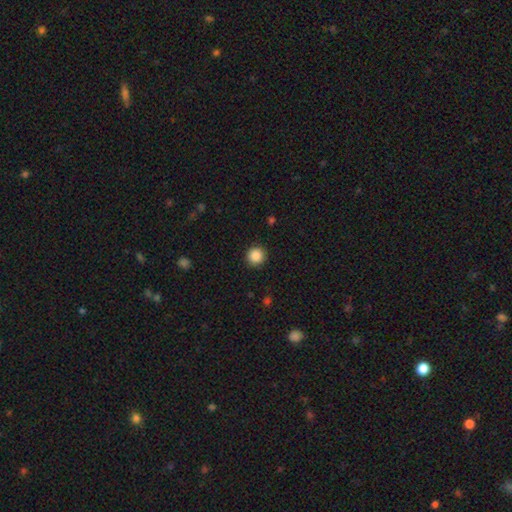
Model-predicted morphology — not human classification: Smooth or featured?
  - smooth: 88% *
  - star or artifact: 9%
  - featured or disk: 3%
How rounded?
  - round: 95% *
  - in between: 4%
  - cigar-shaped: 1%
Merging?
  - none: 92% *
  - minor disturbance: 5%
  - major disturbance: 2%
  - merger: 1%